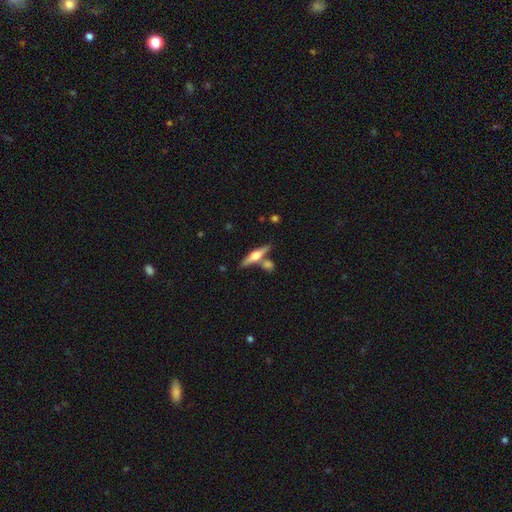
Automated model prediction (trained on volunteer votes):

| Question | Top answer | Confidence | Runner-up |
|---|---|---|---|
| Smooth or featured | featured or disk | 66% | smooth (27%) |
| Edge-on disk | yes | 96% | no (4%) |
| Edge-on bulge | rounded | 93% | boxy (5%) |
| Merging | none | 72% | merger (15%) |